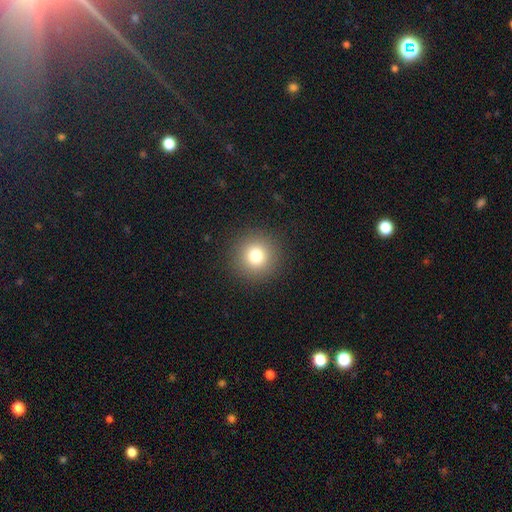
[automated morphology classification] Smooth or featured: smooth — 78% (star or artifact — 13%)
How rounded: round — 95% (in between — 4%)
Merging: none — 91% (minor disturbance — 5%)